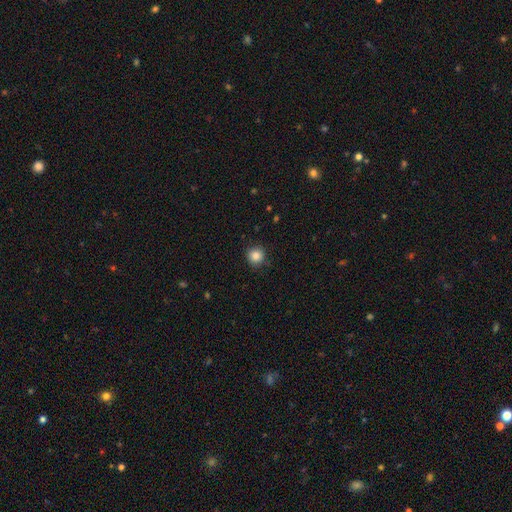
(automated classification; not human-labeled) Overall: smooth (85%). How rounded: round (93%). Merging: none (87%).